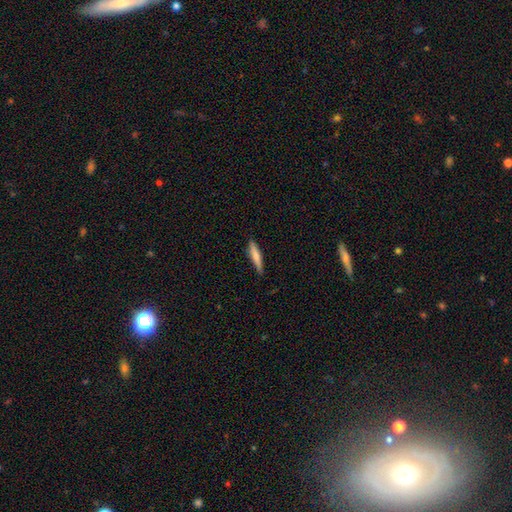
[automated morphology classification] Smooth or featured?
  - smooth: 71% *
  - featured or disk: 23%
  - star or artifact: 6%
How rounded?
  - cigar-shaped: 88% *
  - in between: 11%
  - round: 1%
Merging?
  - none: 83% *
  - minor disturbance: 14%
  - major disturbance: 2%
  - merger: 1%